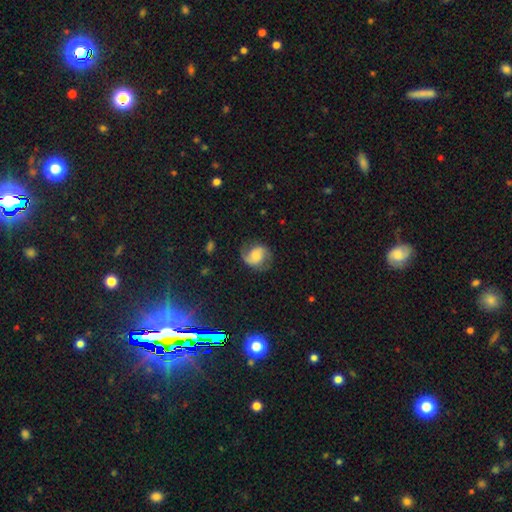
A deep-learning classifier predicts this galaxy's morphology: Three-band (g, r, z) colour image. It shows a featured or disk galaxy (66%) with no bar (59%), 2 (83%) medium (46%) spiral arms (93%) and a small central bulge (39%). Merging: none (68%).